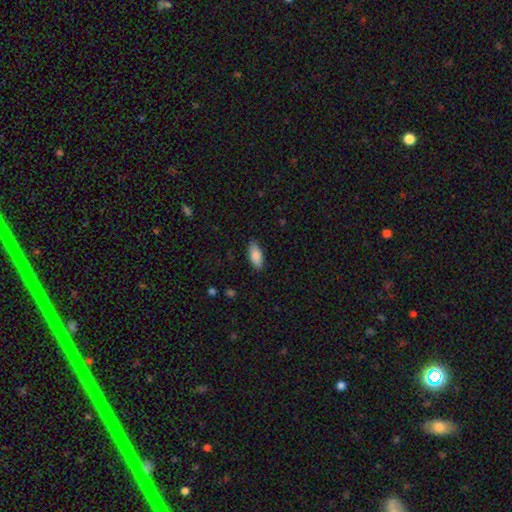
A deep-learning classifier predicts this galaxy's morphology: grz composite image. It shows a smooth galaxy with no disk features (87%) that is in between round and cigar-shaped (82%). Merging: none (85%).